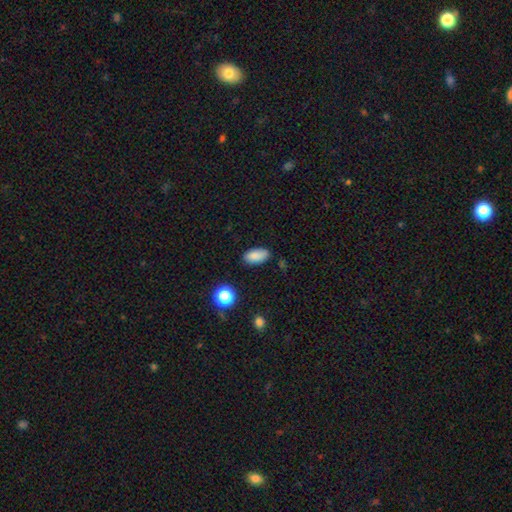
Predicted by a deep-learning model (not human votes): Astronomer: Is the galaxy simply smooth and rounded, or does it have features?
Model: smooth — 85%.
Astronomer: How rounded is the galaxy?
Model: in between — 92%.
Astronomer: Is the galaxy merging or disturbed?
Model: none — 81%.